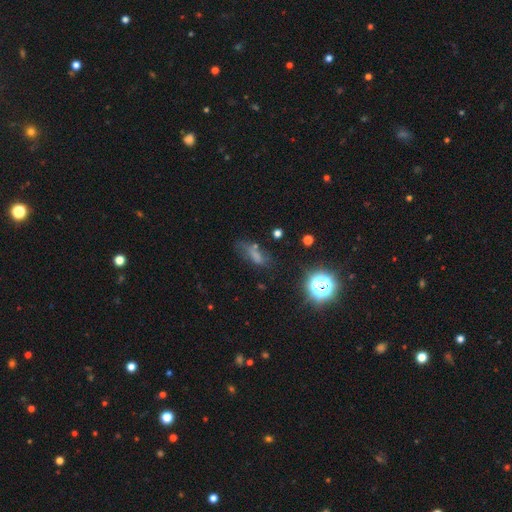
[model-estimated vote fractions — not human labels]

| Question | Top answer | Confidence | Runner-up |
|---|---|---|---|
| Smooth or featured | smooth | 54% | star or artifact (25%) |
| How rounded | in between | 64% | cigar-shaped (28%) |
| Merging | none | 46% | minor disturbance (26%) |